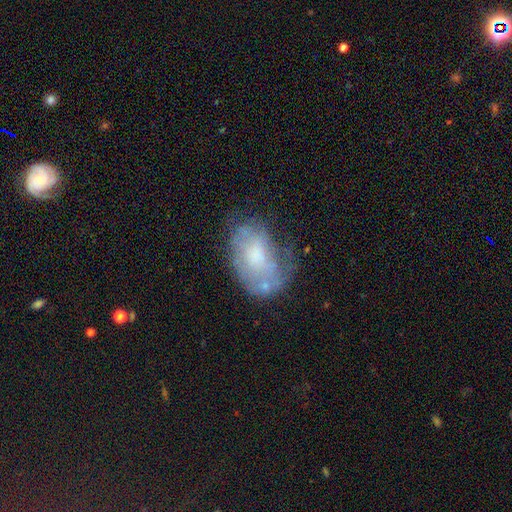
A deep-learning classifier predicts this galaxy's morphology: smooth 46%, featured or disk 45%, star or artifact 9%. Down the decision tree: merging — none (46%).